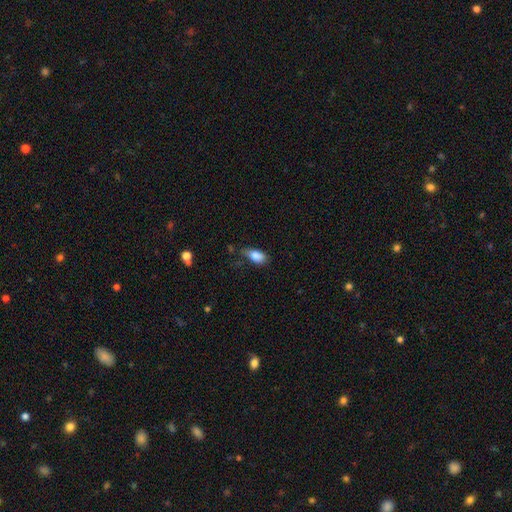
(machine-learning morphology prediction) smooth 84%, featured or disk 8%, star or artifact 8%. Down the decision tree: how rounded — in between (89%); merging — none (48%).